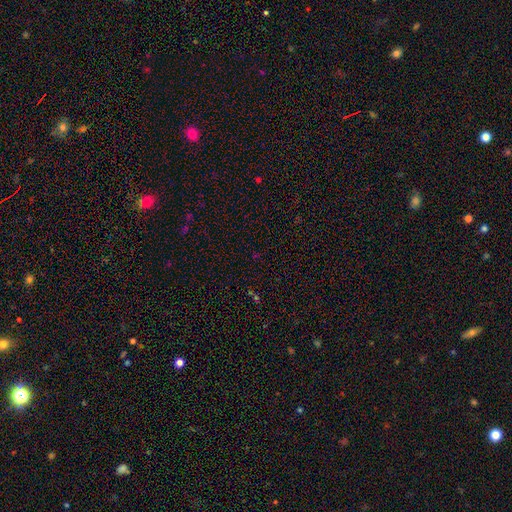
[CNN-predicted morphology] Overall: star or artifact (63%; smooth 29%).